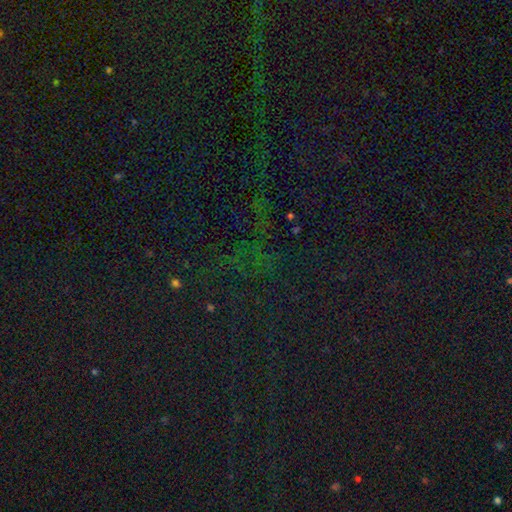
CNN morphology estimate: A star or artifact, not a galaxy (81%).